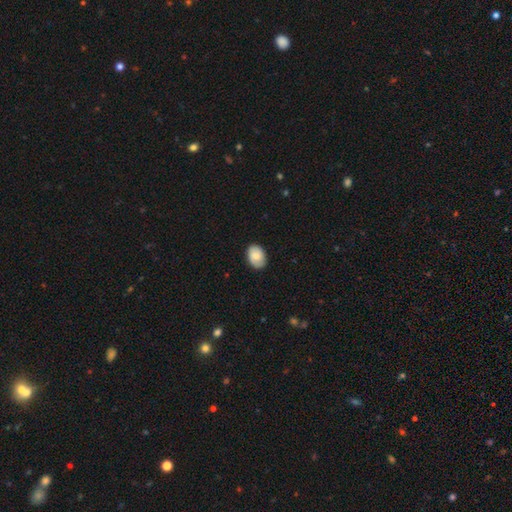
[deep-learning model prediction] This is likely a smooth galaxy (68%). How rounded: likely in between (77%). Merging: clearly none (82%).